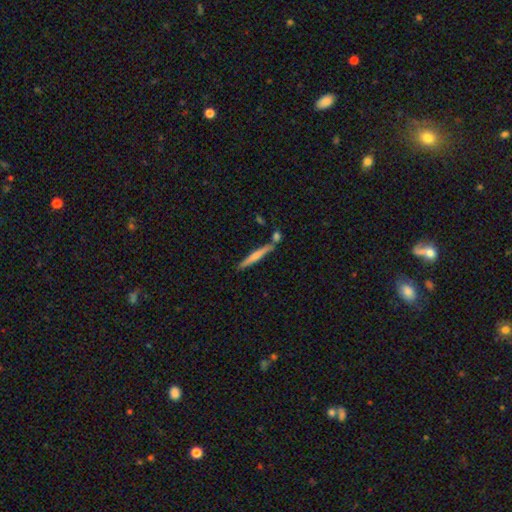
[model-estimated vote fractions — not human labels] Q: Smooth or featured?
A: smooth (56%); runner-up: featured or disk (39%)
Q: How rounded?
A: cigar-shaped (95%); runner-up: in between (4%)
Q: Merging?
A: none (73%); runner-up: merger (13%)